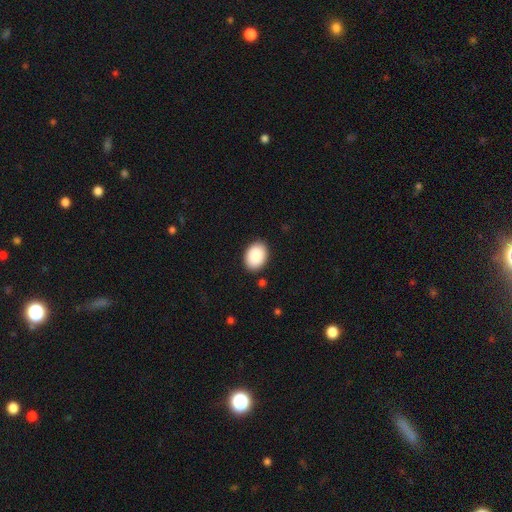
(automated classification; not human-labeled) smooth 89%, star or artifact 6%, featured or disk 5%. Down the decision tree: how rounded — in between (80%); merging — none (87%).